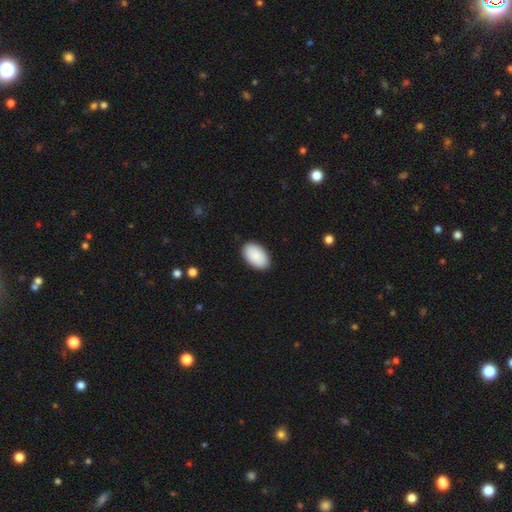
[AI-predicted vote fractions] Overall: smooth (90%). How rounded: in between (95%). Merging: none (90%).